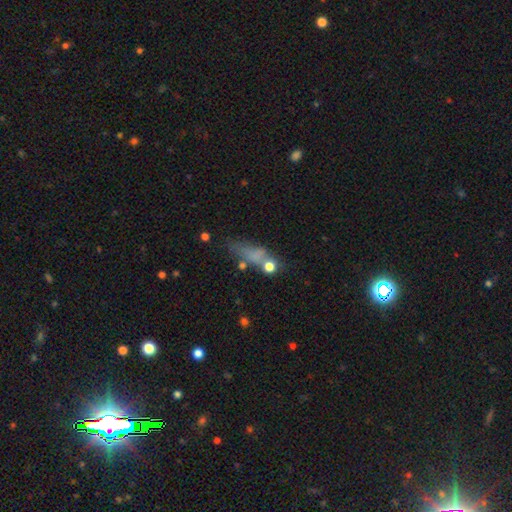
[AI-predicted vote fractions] Morphology: type=smooth (58%); roundness=in between (45%); merging=none (45%).